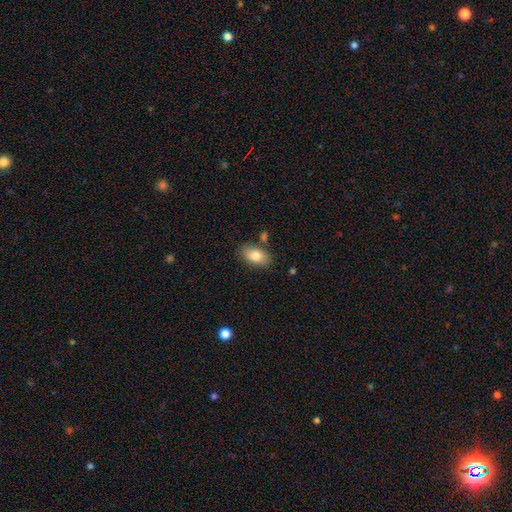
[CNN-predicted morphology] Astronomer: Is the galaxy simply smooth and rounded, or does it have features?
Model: smooth — 81%.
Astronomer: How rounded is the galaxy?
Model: in between — 92%.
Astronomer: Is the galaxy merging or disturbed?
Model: none — 79%.